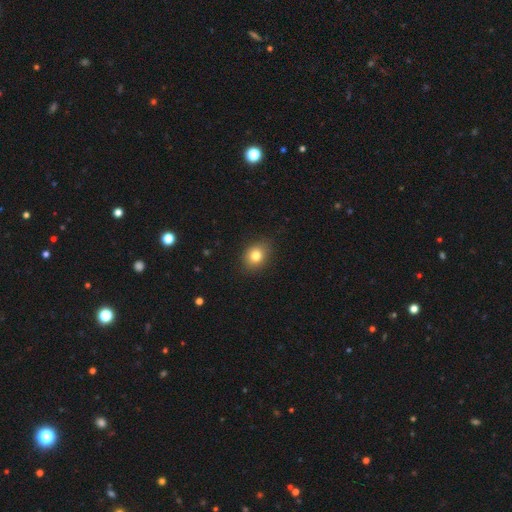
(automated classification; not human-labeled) Smooth or featured? Predicted: smooth (p=0.80). How rounded? Predicted: round (p=0.51). Merging? Predicted: none (p=0.85).